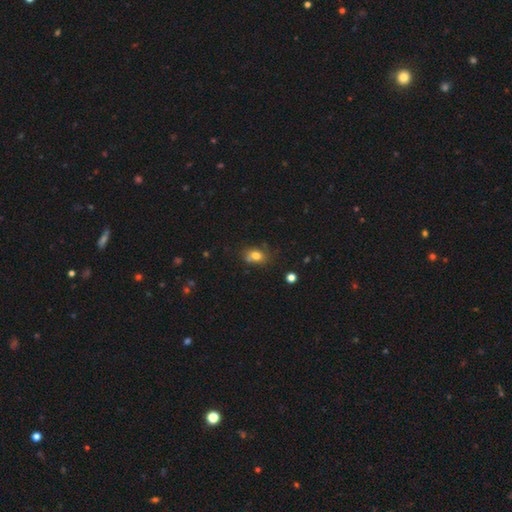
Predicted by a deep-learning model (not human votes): The model was most divided on "how rounded": in between: 56%, round: 42%, cigar-shaped: 1%. More confident: smooth or featured — smooth (77%); merging — none (65%).